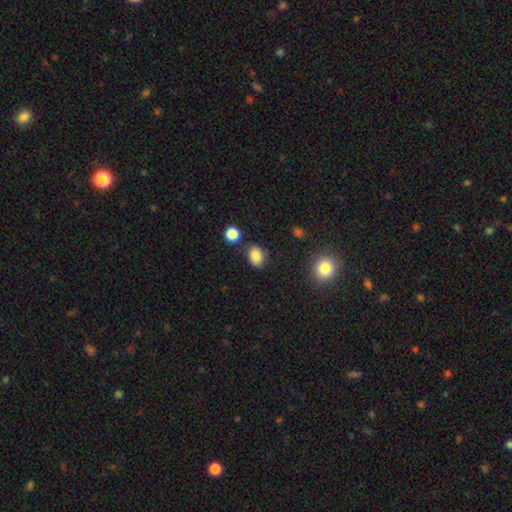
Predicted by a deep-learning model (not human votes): smooth 84%, star or artifact 10%, featured or disk 6%. Down the decision tree: how rounded — in between (65%); merging — none (80%).